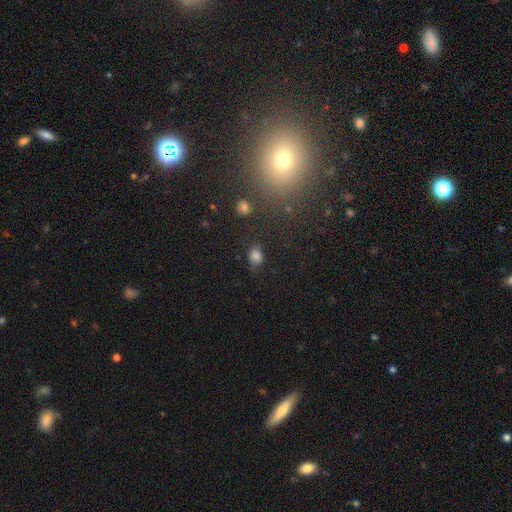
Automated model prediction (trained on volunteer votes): Smooth or featured? Predicted: smooth (p=0.80). How rounded? Predicted: in between (p=0.65). Merging? Predicted: none (p=0.66).